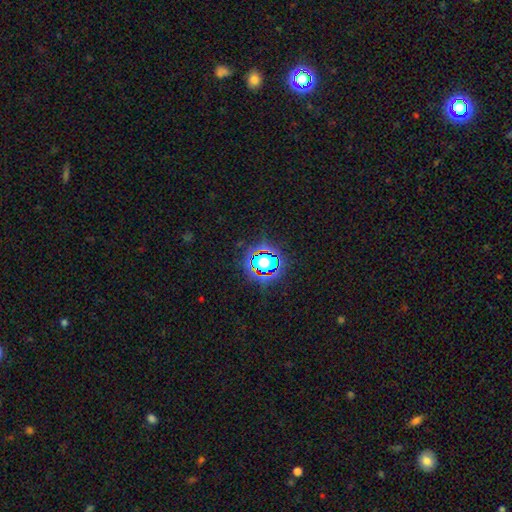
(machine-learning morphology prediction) A star or artifact, not a galaxy (79%).

Vote fractions:
- Smooth or featured? star or artifact: 79% / smooth: 14% / featured or disk: 7%